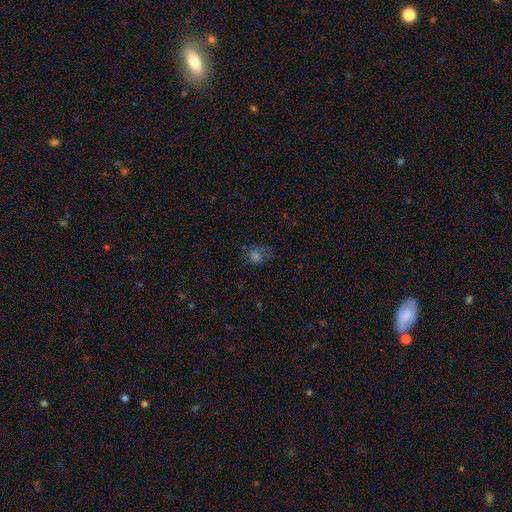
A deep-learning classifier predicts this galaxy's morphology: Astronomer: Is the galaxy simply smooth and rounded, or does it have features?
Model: smooth — 50% (runner-up: star or artifact, 27%).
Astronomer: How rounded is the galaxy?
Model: in between — 59% (runner-up: round, 39%).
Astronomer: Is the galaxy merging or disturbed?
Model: none — 51%.